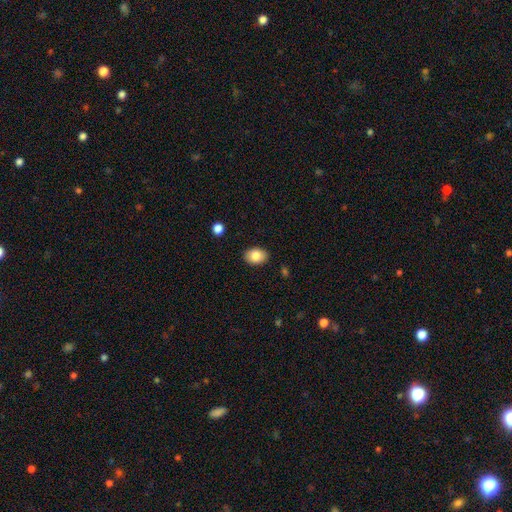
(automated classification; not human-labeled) Morphology: type=smooth (84%); roundness=in between (78%); merging=none (88%).